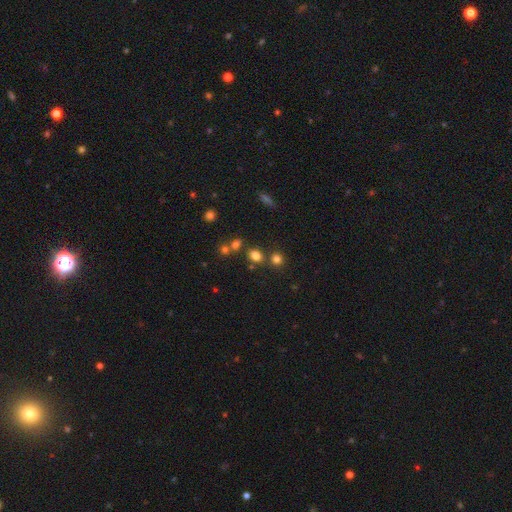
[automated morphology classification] Q: Smooth or featured?
A: smooth (75%); runner-up: star or artifact (18%)
Q: How rounded?
A: round (52%); runner-up: in between (46%)
Q: Merging?
A: none (69%); runner-up: merger (17%)